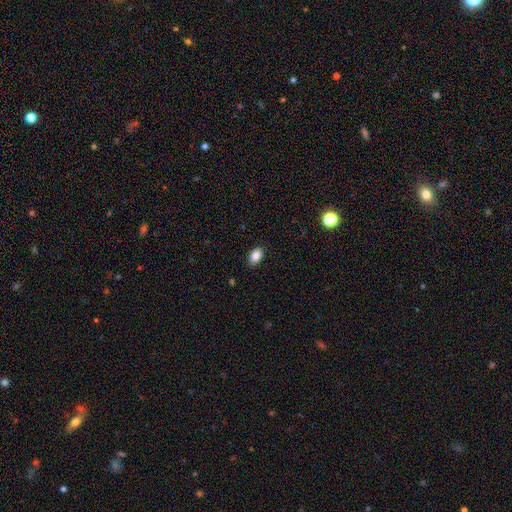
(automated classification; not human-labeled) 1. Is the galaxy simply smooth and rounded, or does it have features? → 86% smooth, 8% star or artifact, 6% featured or disk.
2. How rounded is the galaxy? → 90% in between, 9% round, 2% cigar-shaped.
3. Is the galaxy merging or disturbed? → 88% none, 9% minor disturbance, 2% major disturbance, 1% merger.